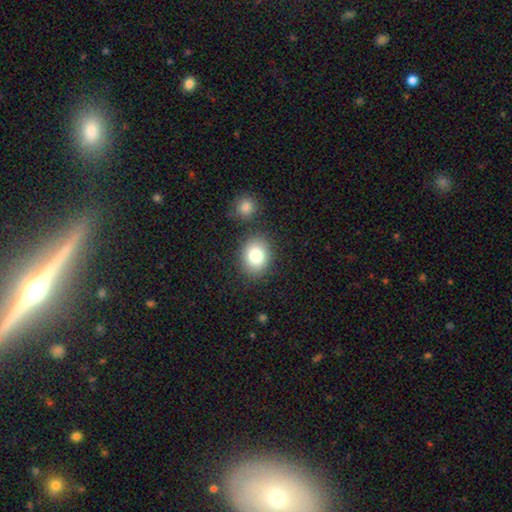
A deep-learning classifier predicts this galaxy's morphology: The model was most divided on "how rounded": round: 55%, in between: 44%, cigar-shaped: 1%. More confident: merging — none (80%); smooth or featured — smooth (80%).